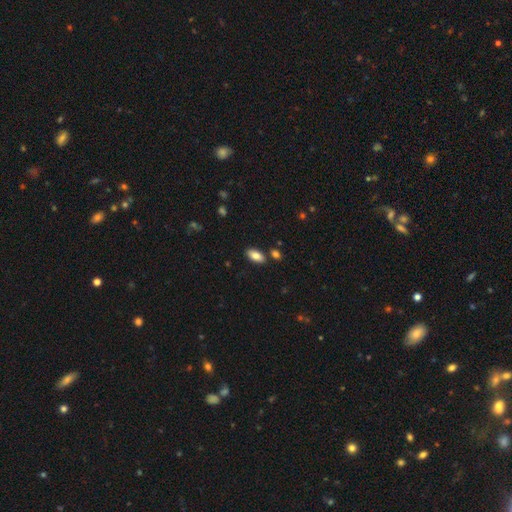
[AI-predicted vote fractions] Smooth or featured? smooth (84%)
How rounded? in between (92%)
Merging? none (83%)